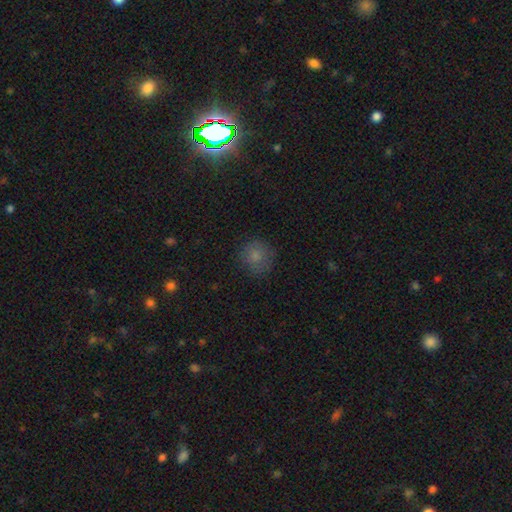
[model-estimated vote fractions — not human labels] Smooth or featured: smooth — 79% (star or artifact — 12%)
How rounded: round — 89% (in between — 10%)
Merging: none — 80% (minor disturbance — 14%)